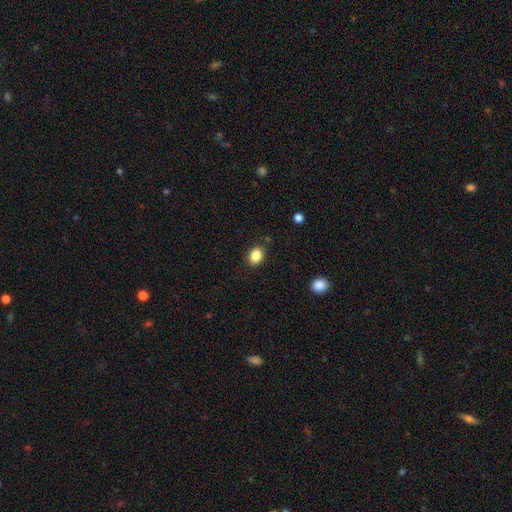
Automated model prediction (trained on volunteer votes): The model was most divided on "how rounded": in between: 57%, round: 42%, cigar-shaped: 1%. More confident: merging — none (87%); smooth or featured — smooth (86%).